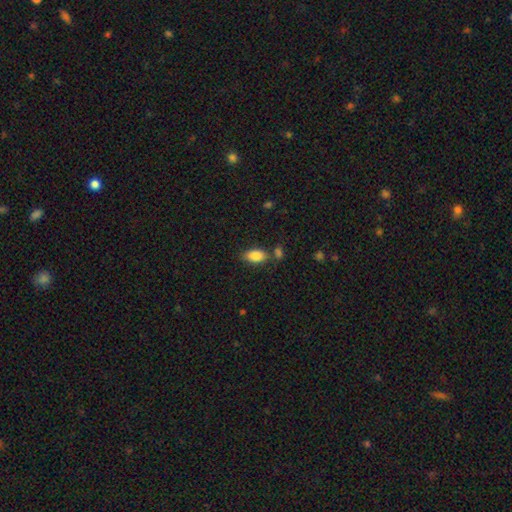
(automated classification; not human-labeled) Smooth or featured: smooth — 86% (star or artifact — 8%)
How rounded: in between — 91% (round — 6%)
Merging: none — 68% (minor disturbance — 15%)